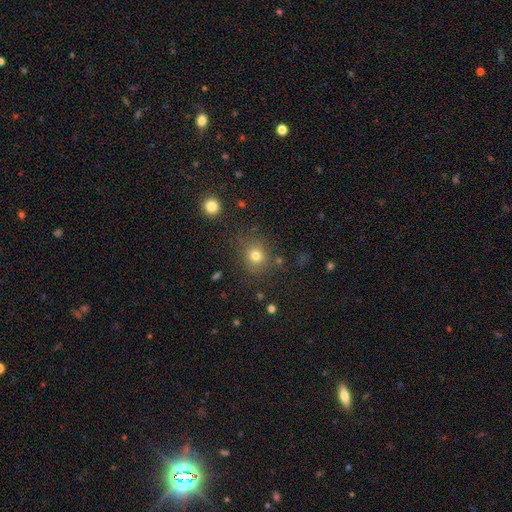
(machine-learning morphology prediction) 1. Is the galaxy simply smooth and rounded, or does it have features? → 77% smooth, 15% star or artifact, 8% featured or disk.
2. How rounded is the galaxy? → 77% round, 22% in between, 1% cigar-shaped.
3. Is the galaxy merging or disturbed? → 80% none, 11% minor disturbance, 5% major disturbance, 4% merger.